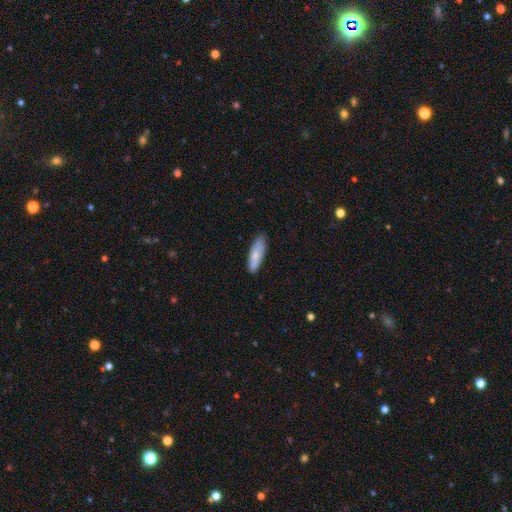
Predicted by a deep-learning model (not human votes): Smooth or featured?
  - smooth: 80% *
  - featured or disk: 14%
  - star or artifact: 6%
How rounded?
  - cigar-shaped: 58% *
  - in between: 40%
  - round: 2%
Merging?
  - none: 82% *
  - minor disturbance: 15%
  - major disturbance: 2%
  - merger: 1%